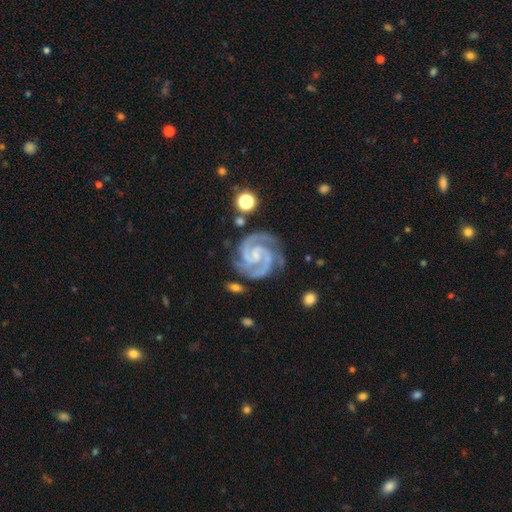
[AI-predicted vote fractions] This appears to be a featured or disk galaxy (94%) with a weak bar (42%), 2 (61%) tight (61%) spiral arms (99%) and a small central bulge (55%). Merging: none (75%).